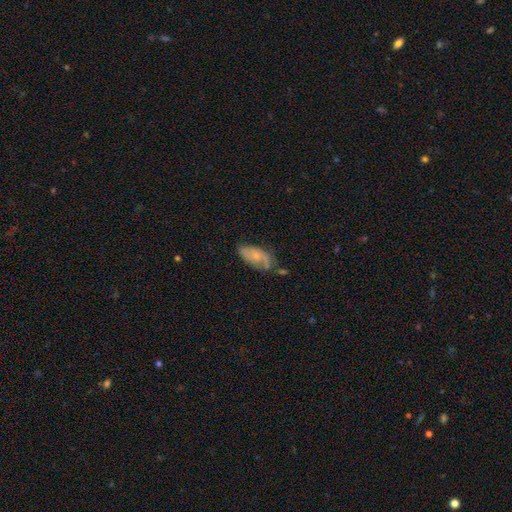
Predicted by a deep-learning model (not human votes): Q: Smooth or featured?
A: smooth (47%); runner-up: featured or disk (45%)
Q: Merging?
A: none (47%); runner-up: minor disturbance (32%)